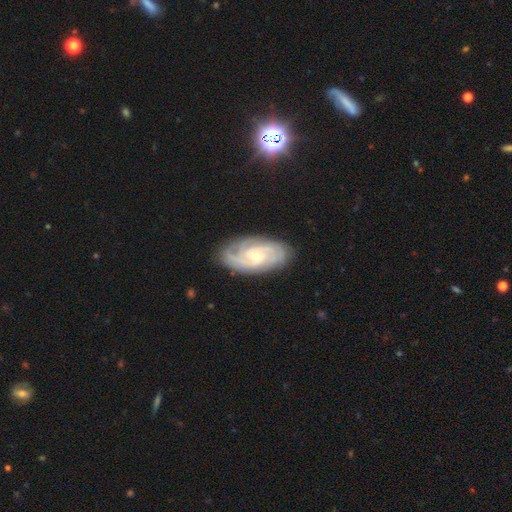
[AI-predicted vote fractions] Overall: featured or disk (84%). Edge-on disk: no (95%). Bar: no (61%; weak 33%). Spiral arms: yes (97%). Spiral arm count: can't tell (28%; 2 25%). Spiral winding: tight (66%; medium 28%). Bulge size: small (69%). Merging: none (81%).